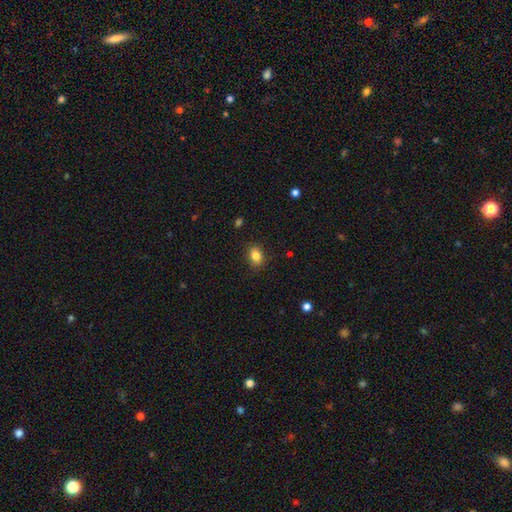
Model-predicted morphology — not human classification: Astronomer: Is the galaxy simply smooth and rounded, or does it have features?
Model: smooth — 84%.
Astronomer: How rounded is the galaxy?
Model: in between — 65%.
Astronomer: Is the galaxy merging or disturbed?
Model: none — 85%.